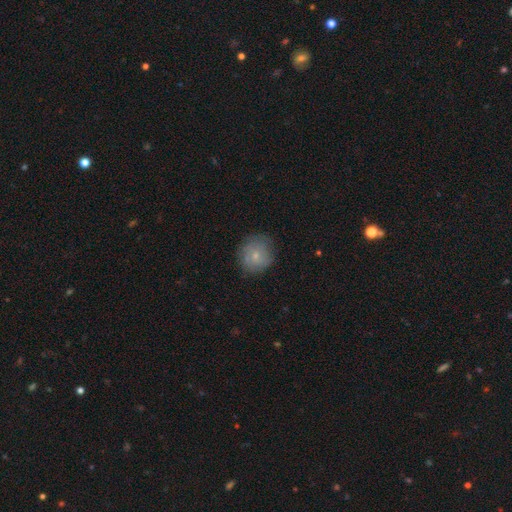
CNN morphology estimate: A smooth galaxy with no disk features (68%) that is round (88%).

Vote fractions:
- Smooth or featured? smooth: 68% / featured or disk: 24% / star or artifact: 8%
- How rounded? round: 88% / in between: 11% / cigar-shaped: 1%
- Merging? none: 77% / minor disturbance: 17% / major disturbance: 5% / merger: 1%